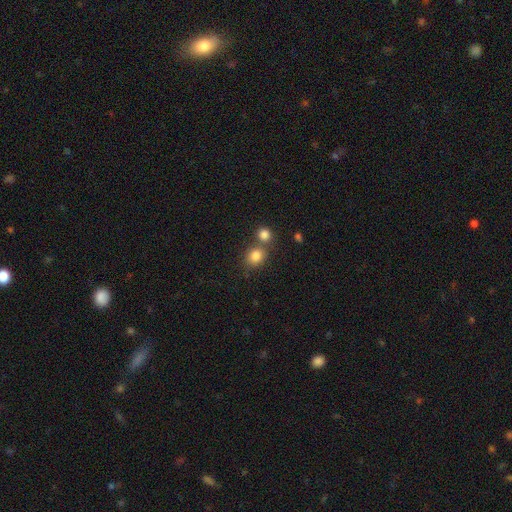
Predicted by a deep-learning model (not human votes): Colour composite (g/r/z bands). It shows a smooth galaxy with no disk features (83%) that is round (71%). Merging: none (58%).